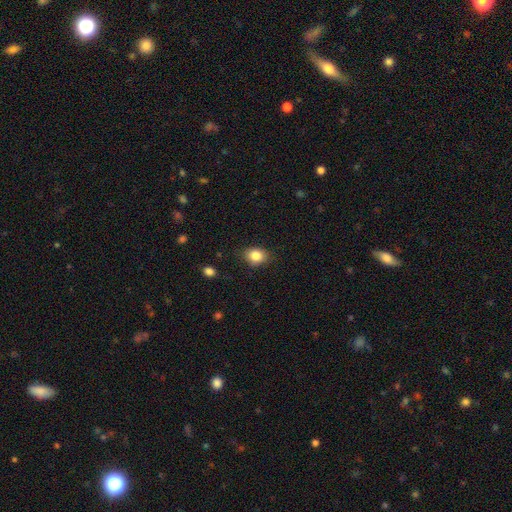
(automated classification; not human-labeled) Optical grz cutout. It shows a smooth galaxy with no disk features (84%) that is in between round and cigar-shaped (54%). Merging: none (84%).